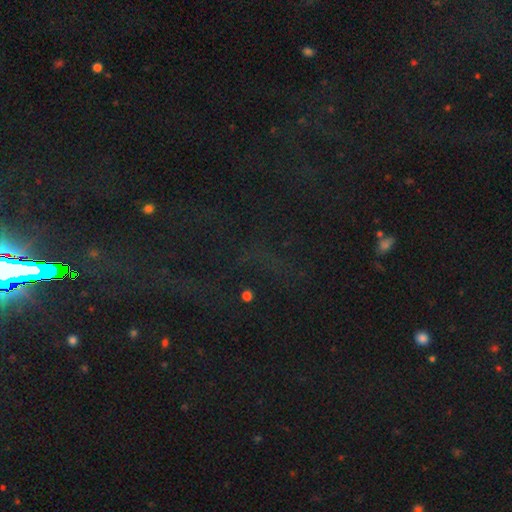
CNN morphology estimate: Smooth or featured?
  - star or artifact: 77% *
  - smooth: 12%
  - featured or disk: 10%